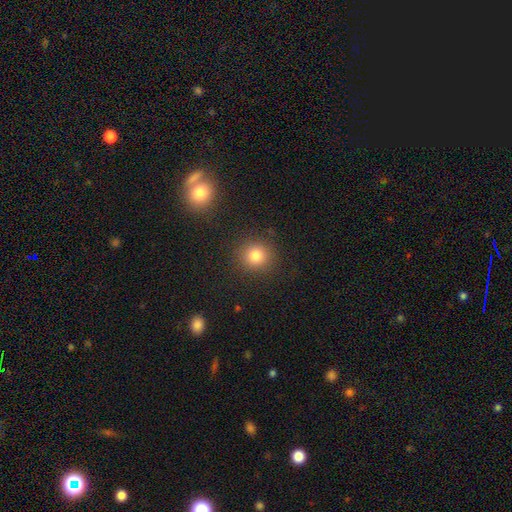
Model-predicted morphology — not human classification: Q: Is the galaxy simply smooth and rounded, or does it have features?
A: smooth — 81%.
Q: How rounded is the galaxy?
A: round — 90%.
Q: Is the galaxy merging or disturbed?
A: none — 89%.